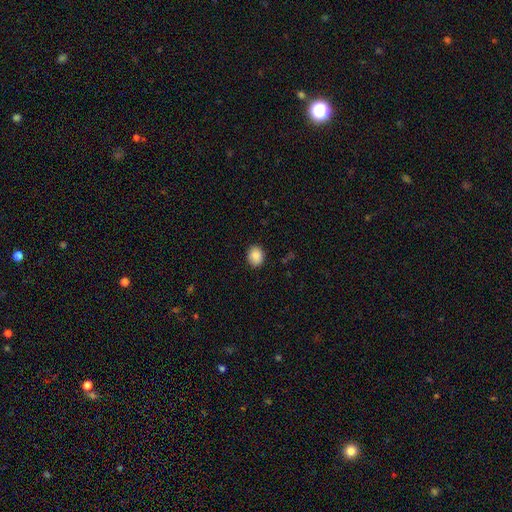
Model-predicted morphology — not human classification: Smooth or featured: smooth — 89% (star or artifact — 8%)
How rounded: round — 57% (in between — 42%)
Merging: none — 88% (minor disturbance — 9%)